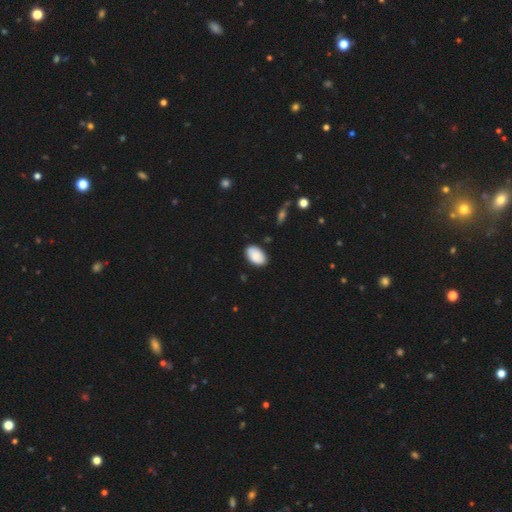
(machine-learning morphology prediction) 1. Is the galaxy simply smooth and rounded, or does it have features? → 88% smooth, 6% star or artifact, 5% featured or disk.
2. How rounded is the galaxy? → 93% in between, 6% round, 1% cigar-shaped.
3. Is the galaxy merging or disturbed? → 85% none, 12% minor disturbance, 2% major disturbance, 1% merger.